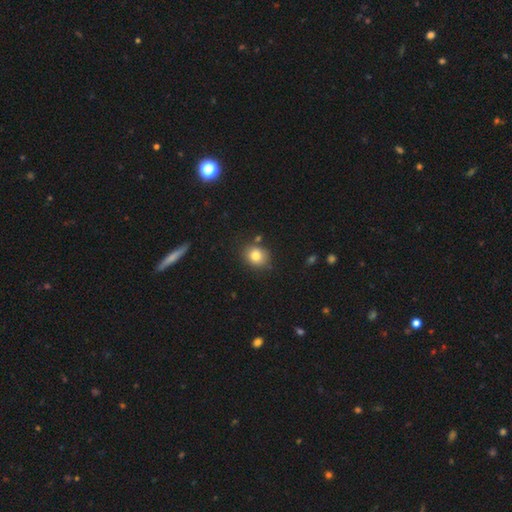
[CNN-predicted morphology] Smooth or featured?
  - smooth: 81% *
  - star or artifact: 11%
  - featured or disk: 8%
How rounded?
  - round: 67% *
  - in between: 32%
  - cigar-shaped: 1%
Merging?
  - none: 80% *
  - minor disturbance: 12%
  - merger: 5%
  - major disturbance: 3%